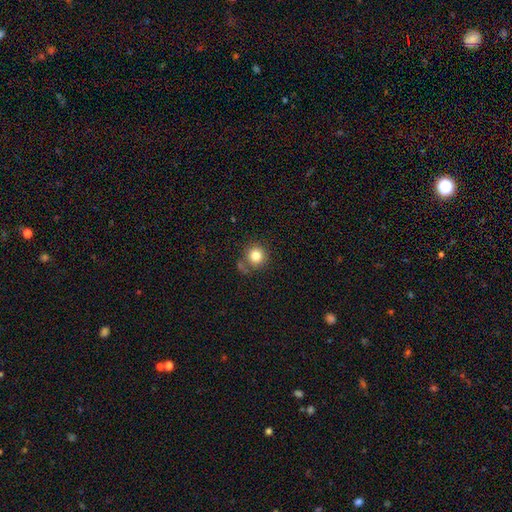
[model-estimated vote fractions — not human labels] Q: Smooth or featured?
A: smooth (82%); runner-up: star or artifact (11%)
Q: How rounded?
A: round (92%); runner-up: in between (7%)
Q: Merging?
A: none (72%); runner-up: minor disturbance (12%)